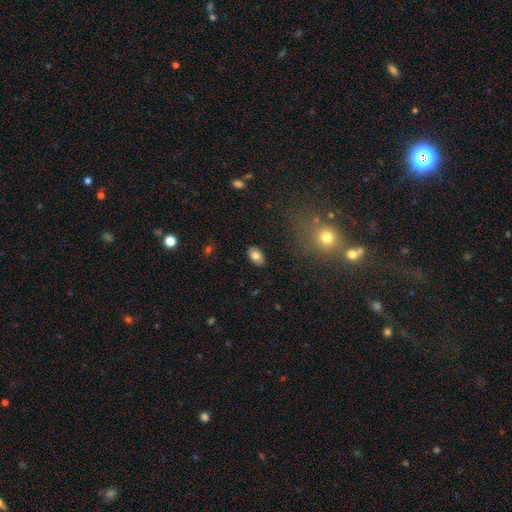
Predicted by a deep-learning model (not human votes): Overall: smooth (78%). How rounded: in between (90%). Merging: none (87%).